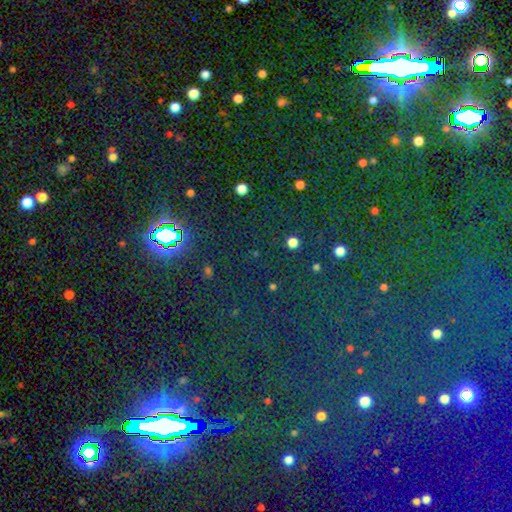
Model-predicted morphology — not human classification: Q: Smooth or featured?
A: star or artifact (81%); runner-up: smooth (12%)